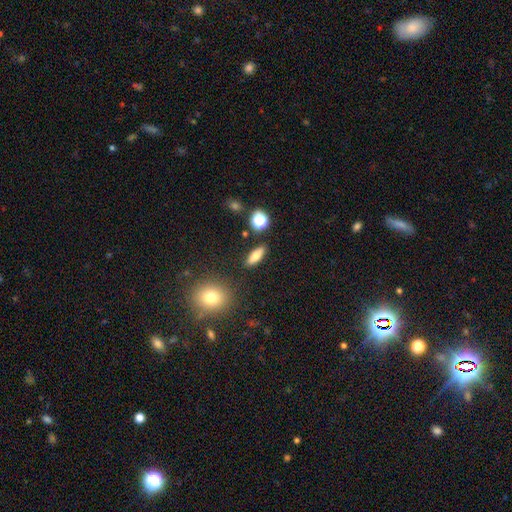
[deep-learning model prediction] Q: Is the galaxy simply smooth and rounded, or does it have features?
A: smooth — 69%.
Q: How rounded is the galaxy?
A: in between — 58%.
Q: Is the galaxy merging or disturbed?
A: none — 87%.